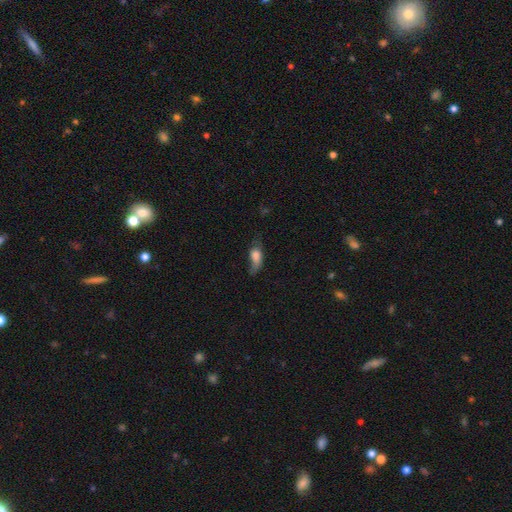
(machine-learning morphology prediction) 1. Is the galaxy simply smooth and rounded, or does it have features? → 67% smooth, 23% featured or disk, 9% star or artifact.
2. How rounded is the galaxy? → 74% in between, 17% cigar-shaped, 9% round.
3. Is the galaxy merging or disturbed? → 33% major disturbance (tied), 33% minor disturbance (tied), 31% none, 4% merger.